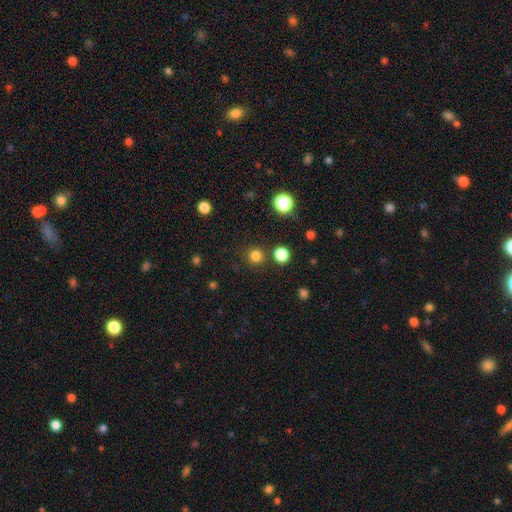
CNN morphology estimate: Smooth or featured?
  - smooth: 80% *
  - star or artifact: 17%
  - featured or disk: 4%
How rounded?
  - round: 95% *
  - in between: 4%
  - cigar-shaped: 1%
Merging?
  - none: 87% *
  - minor disturbance: 6%
  - merger: 4%
  - major disturbance: 3%